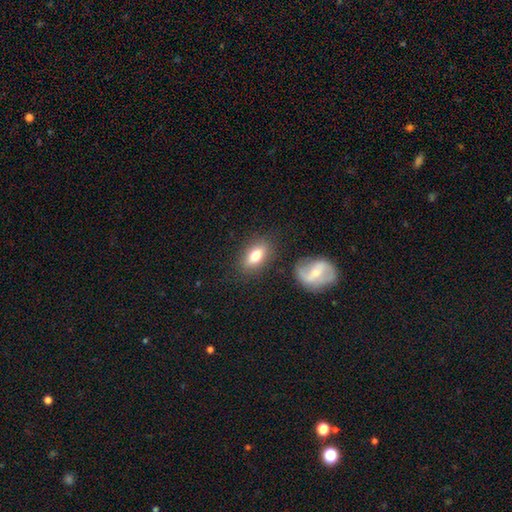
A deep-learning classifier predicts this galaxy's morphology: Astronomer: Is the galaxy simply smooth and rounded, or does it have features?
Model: smooth — 75%.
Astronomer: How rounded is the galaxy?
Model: in between — 83%.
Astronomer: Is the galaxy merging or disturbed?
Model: none — 79%.